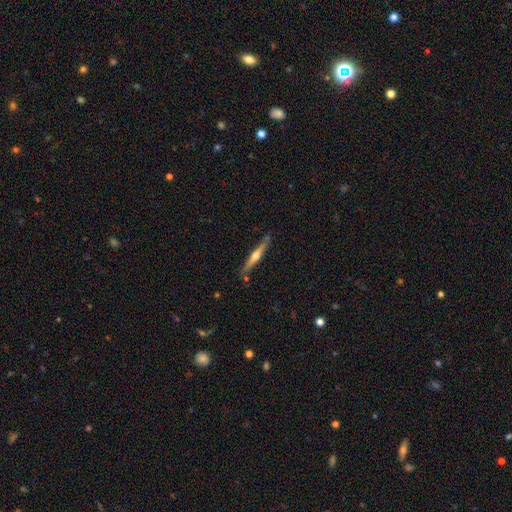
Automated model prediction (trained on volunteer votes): featured or disk 73%, smooth 22%, star or artifact 5%. Down the decision tree: edge-on disk — yes (98%); edge-on bulge — rounded (93%); merging — none (85%).